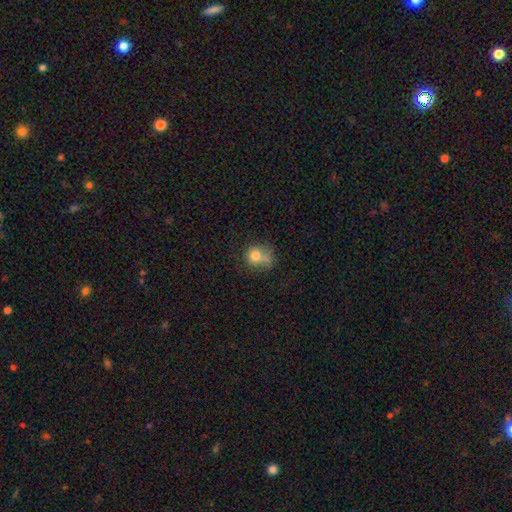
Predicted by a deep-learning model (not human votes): Smooth or featured? Predicted: smooth (p=0.75). How rounded? Predicted: round (p=0.73). Merging? Predicted: none (p=0.37).